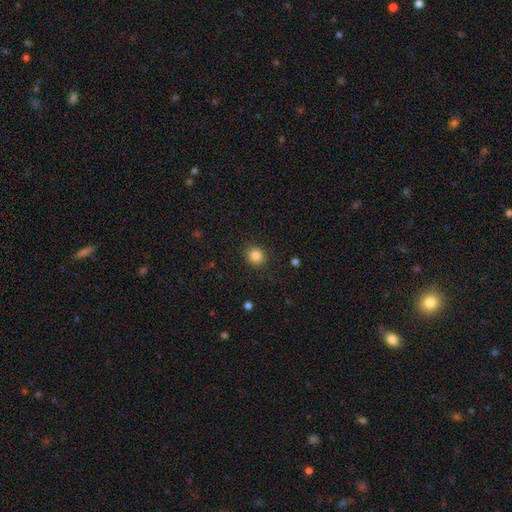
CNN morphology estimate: smooth 85%, star or artifact 11%, featured or disk 5%. Down the decision tree: how rounded — round (85%); merging — none (89%).